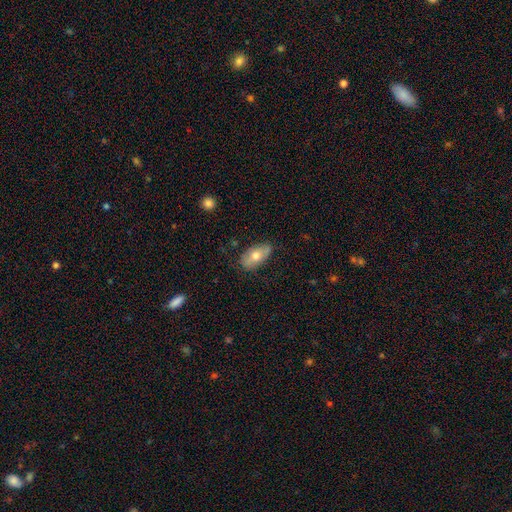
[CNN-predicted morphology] Q: Smooth or featured?
A: smooth (67%); runner-up: featured or disk (26%)
Q: How rounded?
A: in between (92%); runner-up: cigar-shaped (4%)
Q: Merging?
A: none (74%); runner-up: minor disturbance (21%)